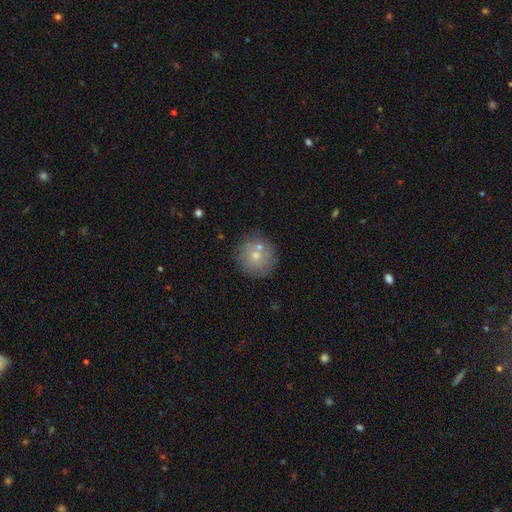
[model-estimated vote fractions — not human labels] A smooth galaxy with no disk features (62%) that is round (94%). Merging: none (77%).